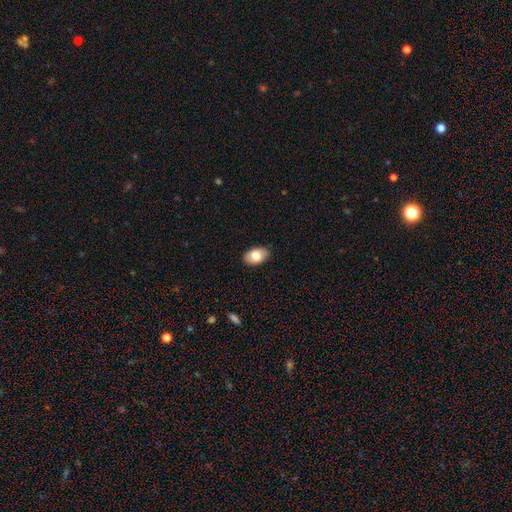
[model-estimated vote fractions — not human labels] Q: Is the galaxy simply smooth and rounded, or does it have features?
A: smooth — 79%.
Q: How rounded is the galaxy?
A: in between — 92%.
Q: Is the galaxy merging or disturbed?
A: none — 88%.